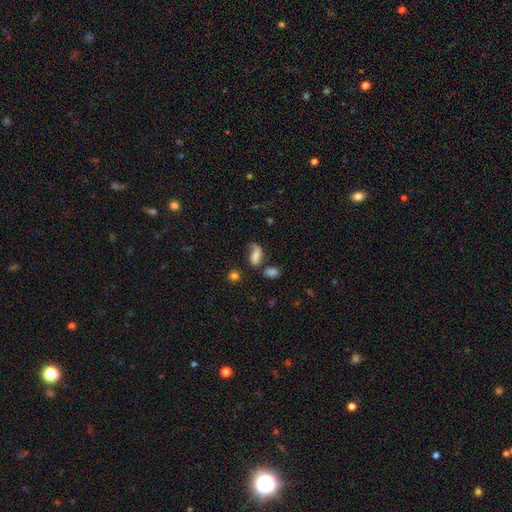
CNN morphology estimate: Smooth or featured? Predicted: smooth (p=0.60). How rounded? Predicted: in between (p=0.85). Merging? Predicted: none (p=0.40).